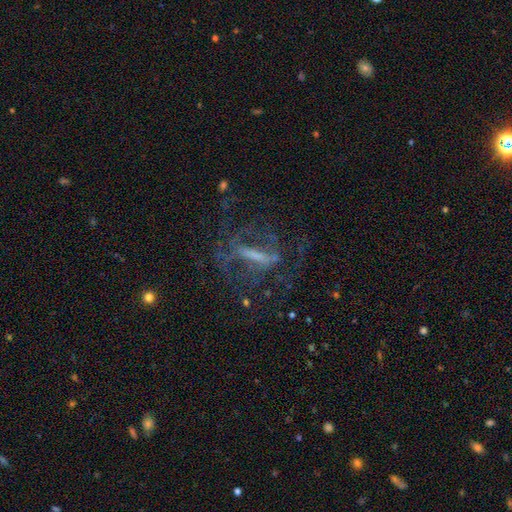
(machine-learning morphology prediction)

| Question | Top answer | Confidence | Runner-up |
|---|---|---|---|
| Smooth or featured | featured or disk | 71% | star or artifact (15%) |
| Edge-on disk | no | 75% | yes (25%) |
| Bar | strong | 65% | weak (22%) |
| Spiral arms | yes | 63% | no (37%) |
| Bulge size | none | 36% | small (32%) |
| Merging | none | 52% | major disturbance (30%) |